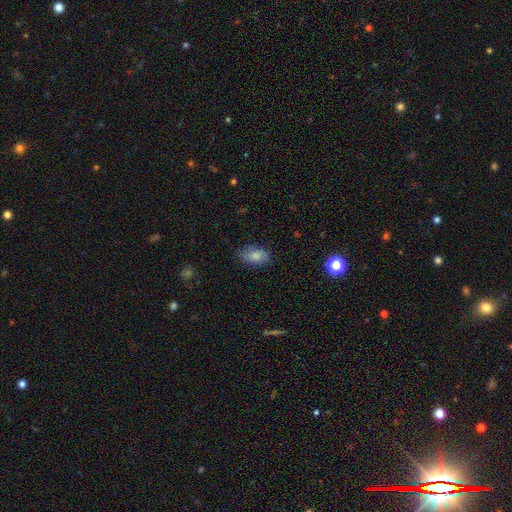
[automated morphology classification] smooth-or-featured: smooth: 82% | featured or disk: 9% | star or artifact: 8%
  how-rounded: in between: 91% | round: 6% | cigar-shaped: 3%
  merging: none: 77% | minor disturbance: 18% | major disturbance: 4% | merger: 1%